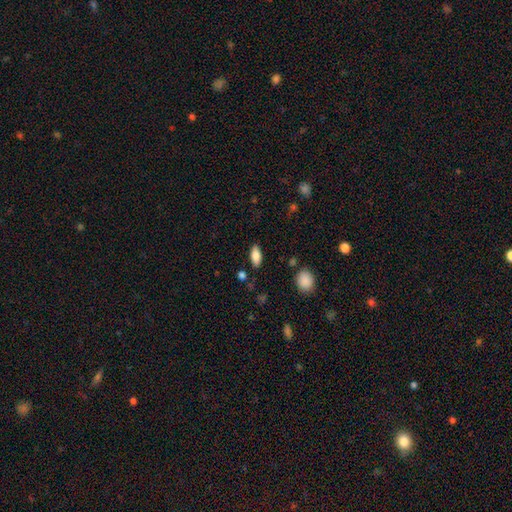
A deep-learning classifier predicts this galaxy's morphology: This is clearly a smooth galaxy (81%). How rounded: clearly in between (84%). Merging: clearly none (85%).